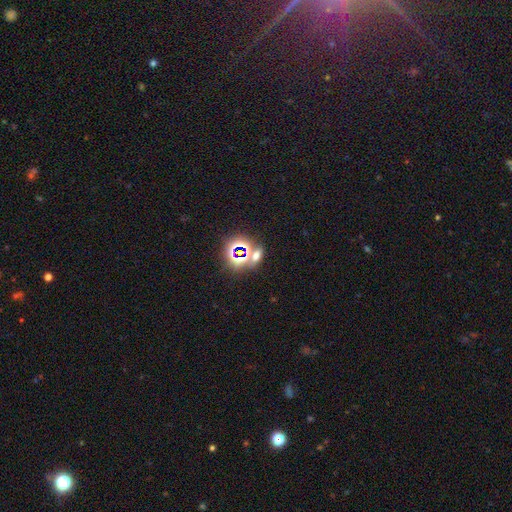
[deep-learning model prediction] The model was most divided on "smooth or featured": star or artifact: 56%, smooth: 32%, featured or disk: 12%.